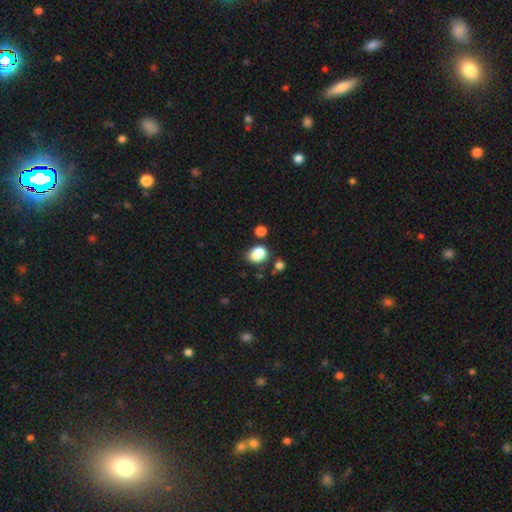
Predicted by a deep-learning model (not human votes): Smooth or featured?
  - smooth: 81% *
  - star or artifact: 11%
  - featured or disk: 8%
How rounded?
  - in between: 63% *
  - round: 36%
  - cigar-shaped: 1%
Merging?
  - none: 55% *
  - minor disturbance: 21%
  - merger: 17%
  - major disturbance: 7%